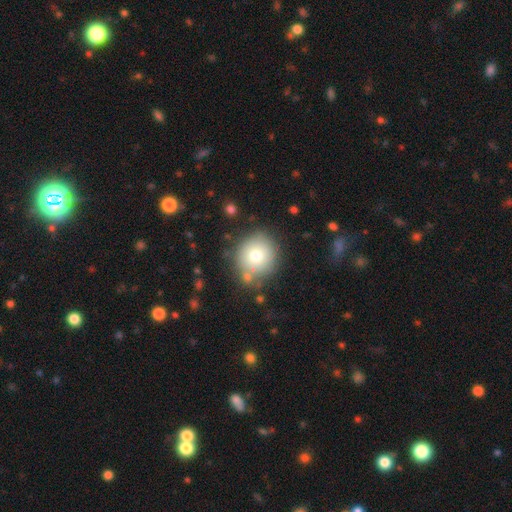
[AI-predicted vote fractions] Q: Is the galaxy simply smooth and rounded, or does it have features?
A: smooth — 73%.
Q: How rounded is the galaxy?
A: round — 87%.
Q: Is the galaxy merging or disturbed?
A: none — 77%.